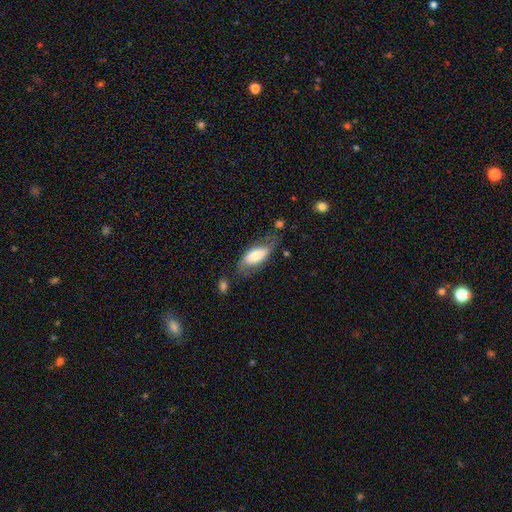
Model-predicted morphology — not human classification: Smooth or featured? Predicted: smooth (p=0.63). How rounded? Predicted: in between (p=0.84). Merging? Predicted: none (p=0.52).